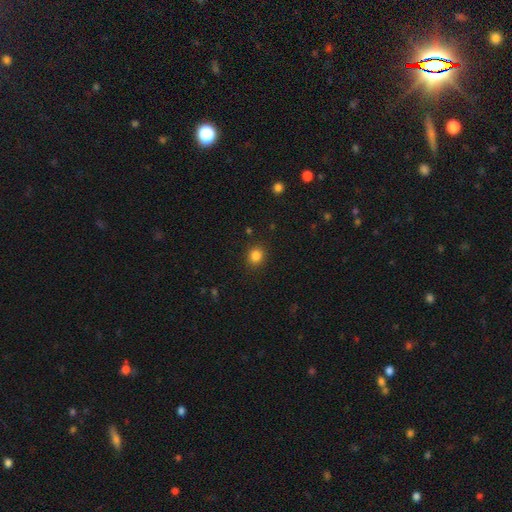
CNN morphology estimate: Smooth or featured? smooth (84%)
How rounded? round (79%)
Merging? none (89%)